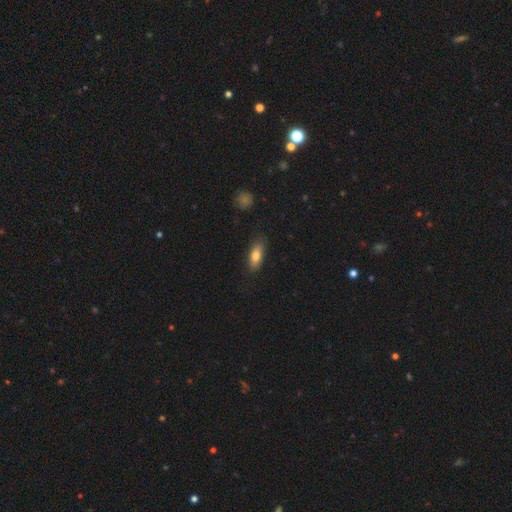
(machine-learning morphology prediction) Smooth or featured? Predicted: smooth (p=0.79). How rounded? Predicted: in between (p=0.80). Merging? Predicted: none (p=0.80).